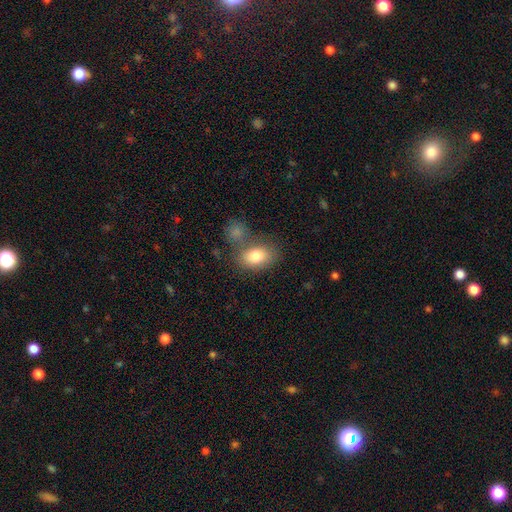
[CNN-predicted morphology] Smooth or featured: smooth — 81% (featured or disk — 12%)
How rounded: in between — 83% (round — 16%)
Merging: none — 54% (merger — 26%)